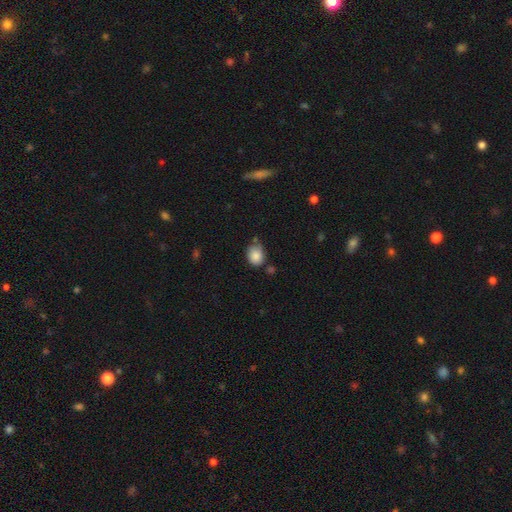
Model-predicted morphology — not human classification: A smooth galaxy with no disk features (85%) that is round (50%).

Vote fractions:
- Smooth or featured? smooth: 85% / star or artifact: 9% / featured or disk: 6%
- How rounded? round: 50% / in between: 49% / cigar-shaped: 1%
- Merging? none: 62% / minor disturbance: 25% / merger: 8% / major disturbance: 5%